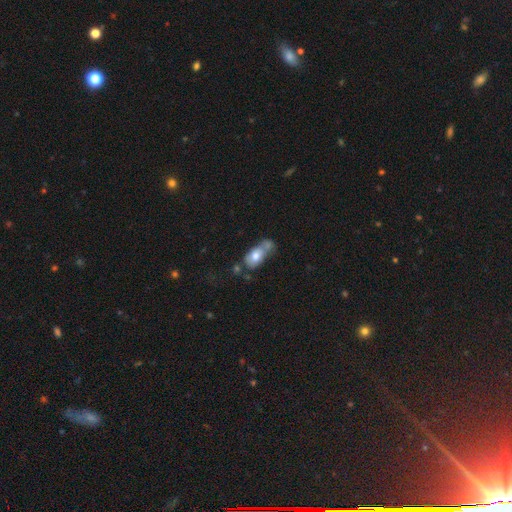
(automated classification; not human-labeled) Q: Smooth or featured?
A: smooth (70%); runner-up: featured or disk (22%)
Q: How rounded?
A: in between (85%); runner-up: round (10%)
Q: Merging?
A: merger (44%); runner-up: none (23%)